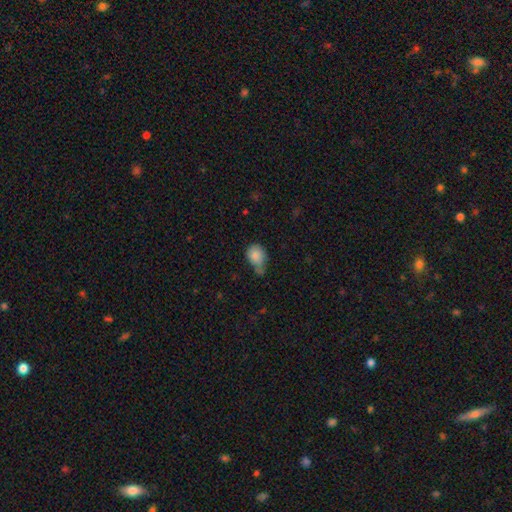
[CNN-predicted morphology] Smooth or featured? smooth (84%)
How rounded? in between (50%)
Merging? none (39%)